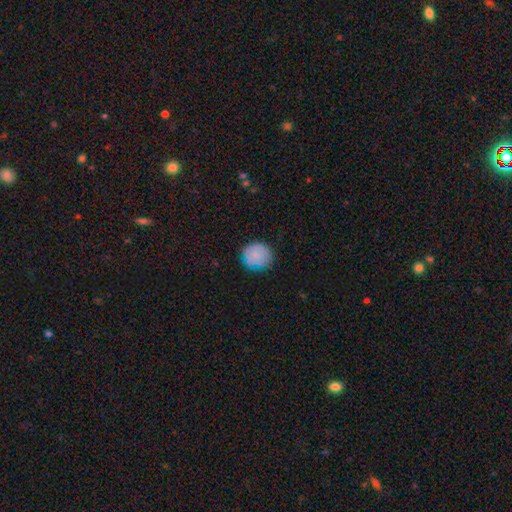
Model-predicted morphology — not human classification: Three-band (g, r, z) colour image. It shows a smooth galaxy with no disk features (77%) that is round (85%). Merging: none (80%).